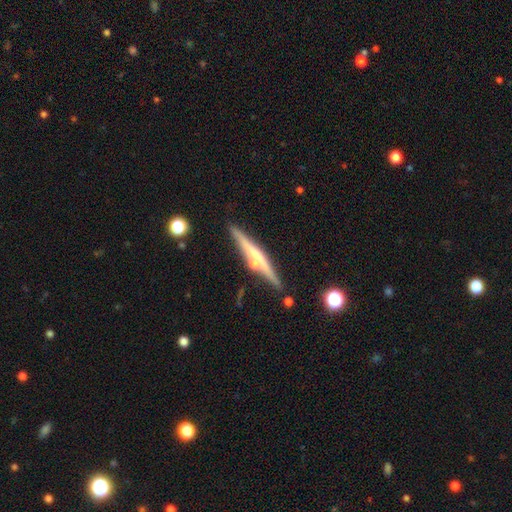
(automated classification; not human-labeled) smooth_or_featured: featured or disk (p=0.68) [alt: smooth p=0.25]
disk_edge_on: yes (p=0.97) [alt: no p=0.03]
edge_on_bulge: rounded (p=0.74) [alt: none p=0.19]
merging: none (p=0.80) [alt: minor disturbance p=0.10]